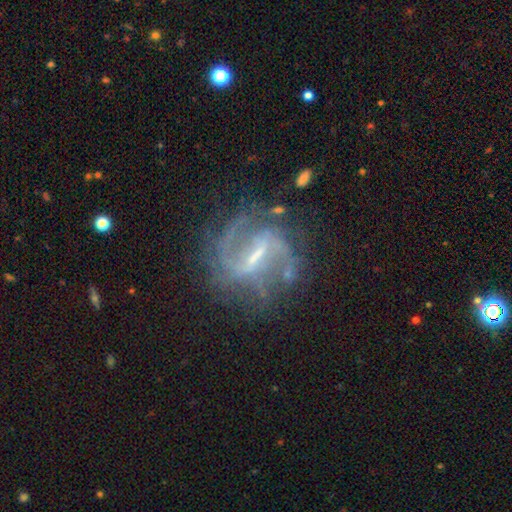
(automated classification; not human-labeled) featured or disk 85%, star or artifact 9%, smooth 6%. Down the decision tree: edge-on disk — no (96%); bar — strong (55%); spiral arms — yes (93%); spiral arm count — 2 (63%); spiral winding — medium (46%); bulge size — small (53%); merging — none (64%).